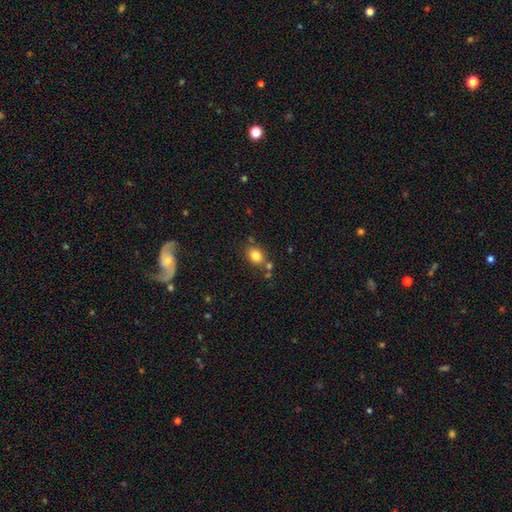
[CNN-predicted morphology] A smooth galaxy with no disk features (81%) that is round (50%). Merging: none (71%).